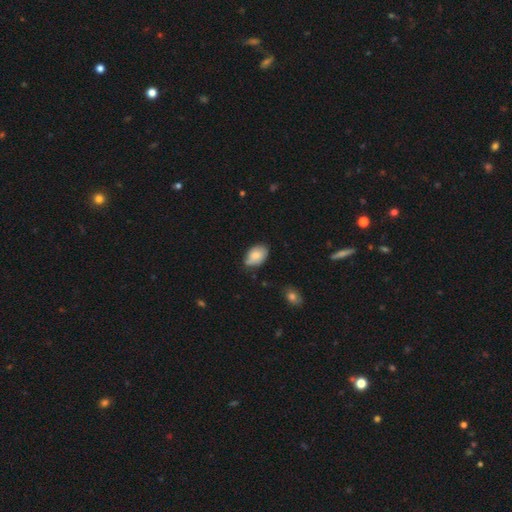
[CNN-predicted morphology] Overall: smooth (74%). How rounded: in between (89%). Merging: none (63%; minor disturbance 31%).